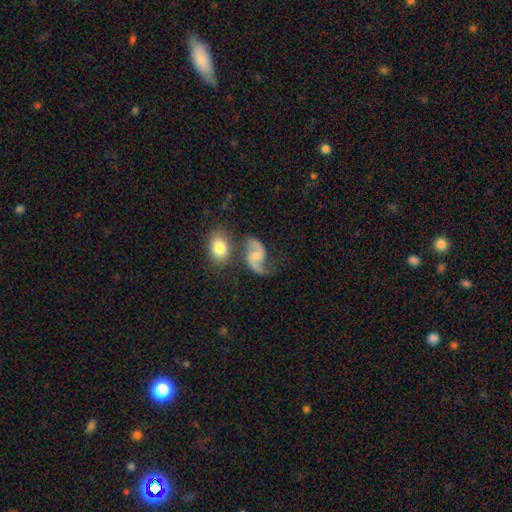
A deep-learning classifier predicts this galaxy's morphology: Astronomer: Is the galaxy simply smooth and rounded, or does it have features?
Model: featured or disk — 82%.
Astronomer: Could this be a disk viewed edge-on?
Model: no — 97%.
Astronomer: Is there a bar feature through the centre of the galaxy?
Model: no — 49% (runner-up: weak, 42%).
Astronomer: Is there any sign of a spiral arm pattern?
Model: yes — 95%.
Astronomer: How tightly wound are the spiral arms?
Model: loose — 73%.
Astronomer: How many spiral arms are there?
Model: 2 — 91%.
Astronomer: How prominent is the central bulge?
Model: small — 44% (runner-up: moderate, 31%).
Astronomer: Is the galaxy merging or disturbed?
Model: none — 51%.